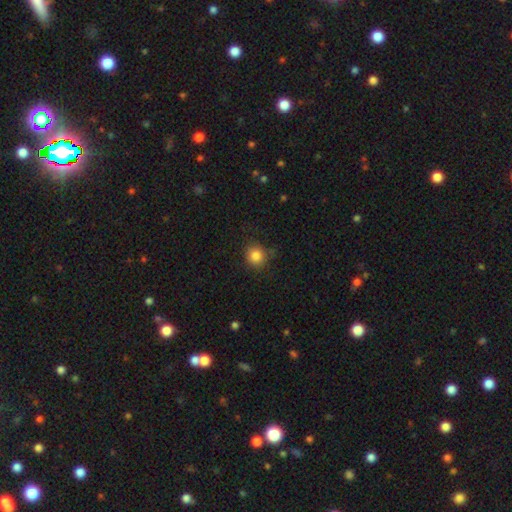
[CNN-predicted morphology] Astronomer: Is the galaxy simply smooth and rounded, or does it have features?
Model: smooth — 85%.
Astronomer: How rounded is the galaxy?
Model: round — 89%.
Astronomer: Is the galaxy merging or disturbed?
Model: none — 83%.